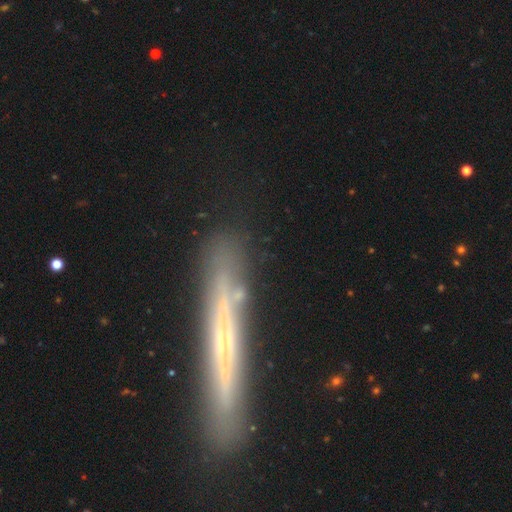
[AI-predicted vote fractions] smooth_or_featured: featured or disk (p=0.64) [alt: smooth p=0.28]
disk_edge_on: yes (p=0.88) [alt: no p=0.12]
edge_on_bulge: none (p=0.73) [alt: rounded p=0.20]
merging: none (p=0.84) [alt: minor disturbance p=0.11]